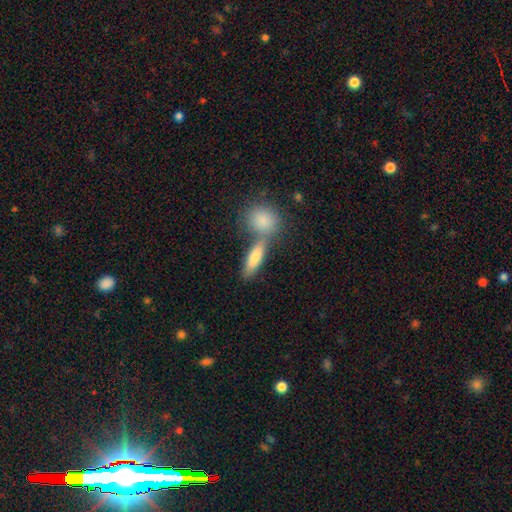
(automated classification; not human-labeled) The model was most divided on "how rounded": in between: 49%, cigar-shaped: 43%, round: 8%. More confident: smooth or featured — smooth (74%); merging — none (51%).